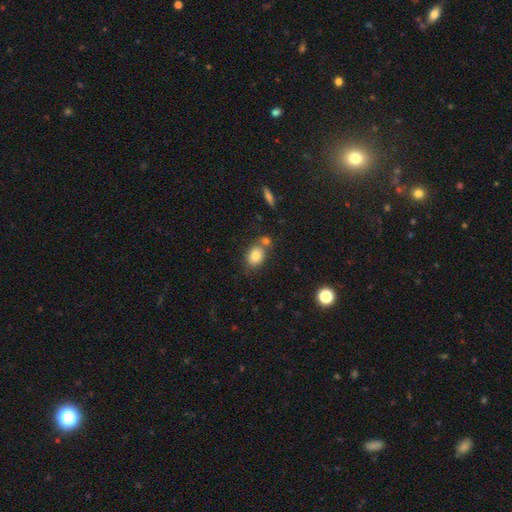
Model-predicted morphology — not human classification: A smooth galaxy with no disk features (81%) that is in between round and cigar-shaped (72%).

Vote fractions:
- Smooth or featured? smooth: 81% / featured or disk: 10% / star or artifact: 9%
- How rounded? in between: 72% / round: 27% / cigar-shaped: 1%
- Merging? none: 60% / merger: 22% / minor disturbance: 13% / major disturbance: 4%